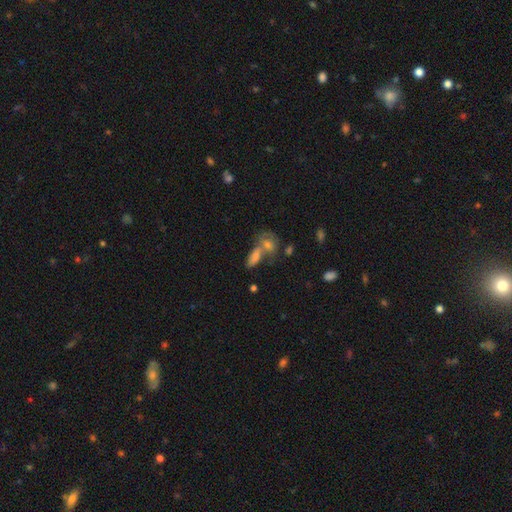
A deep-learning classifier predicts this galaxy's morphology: Smooth or featured? smooth (59%)
How rounded? in between (69%)
Merging? merger (49%)